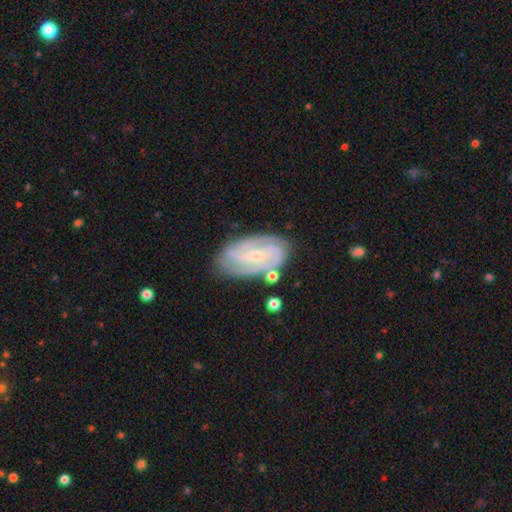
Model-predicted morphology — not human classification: Smooth or featured? featured or disk (83%)
Edge-on disk? no (96%)
Bar? weak (42%)
Spiral arms? yes (96%)
Spiral winding? tight (56%)
Spiral arm count? 2 (30%)
Bulge size? small (77%)
Merging? none (74%)